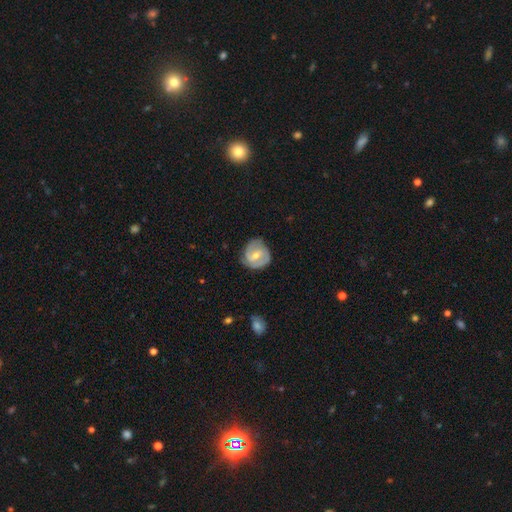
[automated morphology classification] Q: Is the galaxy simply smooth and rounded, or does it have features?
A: featured or disk — 61%.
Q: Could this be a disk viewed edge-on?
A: no — 97%.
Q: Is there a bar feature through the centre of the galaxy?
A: weak — 52%.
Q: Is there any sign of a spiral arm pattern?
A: yes — 80%.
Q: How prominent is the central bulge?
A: moderate — 52%.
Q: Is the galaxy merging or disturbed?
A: none — 67%.